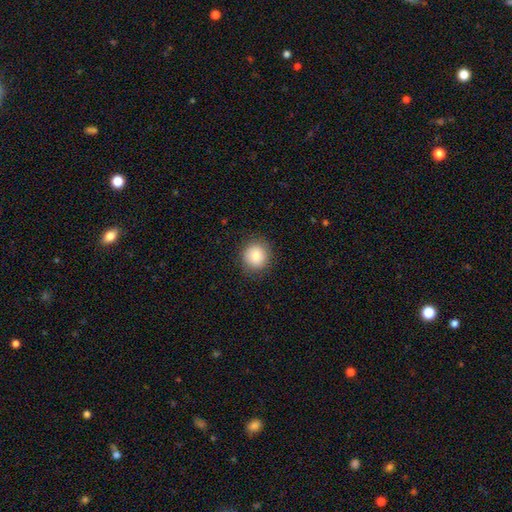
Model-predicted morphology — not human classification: Smooth or featured? smooth (85%)
How rounded? round (87%)
Merging? none (86%)